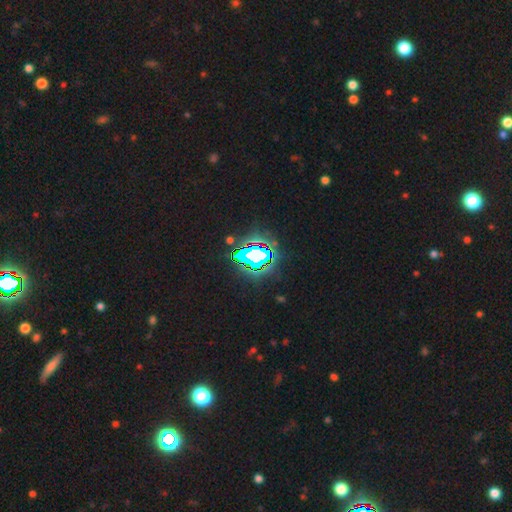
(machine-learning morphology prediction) Overall: star or artifact (70%).